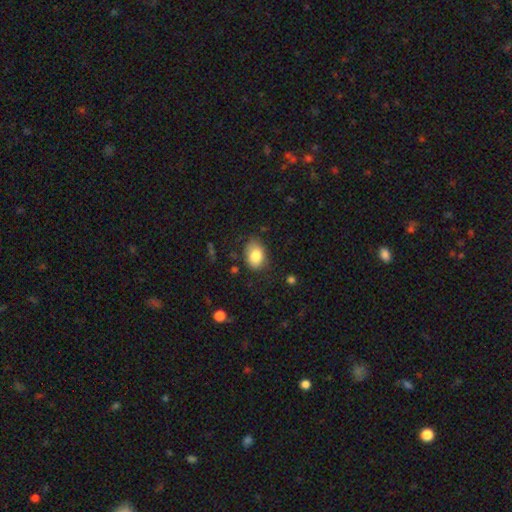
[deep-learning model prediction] A smooth galaxy with no disk features (83%) that is in between round and cigar-shaped (80%). Merging: none (71%).